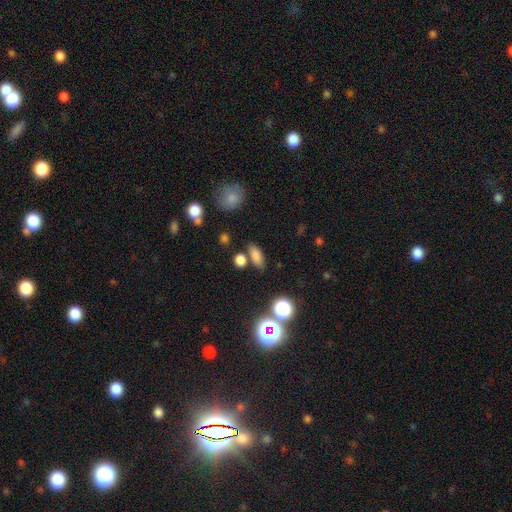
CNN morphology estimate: This is likely a smooth galaxy (78%). How rounded: likely in between (71%). Merging: likely none (72%).